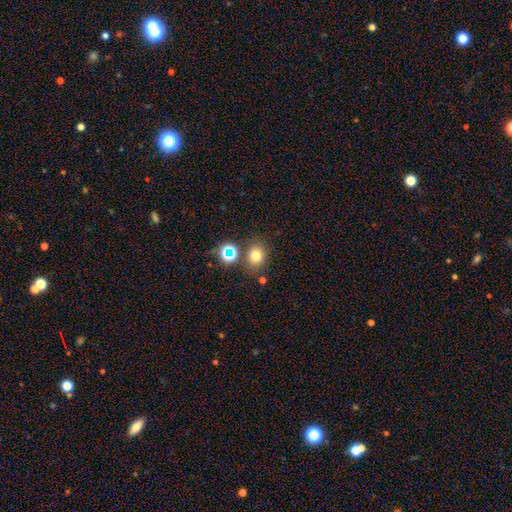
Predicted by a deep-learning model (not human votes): smooth-or-featured: smooth: 74% | star or artifact: 18% | featured or disk: 8%
  how-rounded: round: 61% | in between: 38% | cigar-shaped: 1%
  merging: none: 75% | minor disturbance: 11% | merger: 10% | major disturbance: 4%